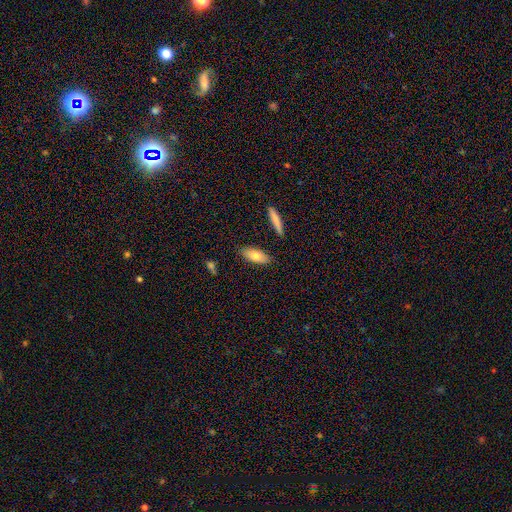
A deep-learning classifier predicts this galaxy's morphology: Smooth or featured: smooth — 75% (featured or disk — 19%)
How rounded: in between — 78% (cigar-shaped — 19%)
Merging: none — 84% (minor disturbance — 10%)